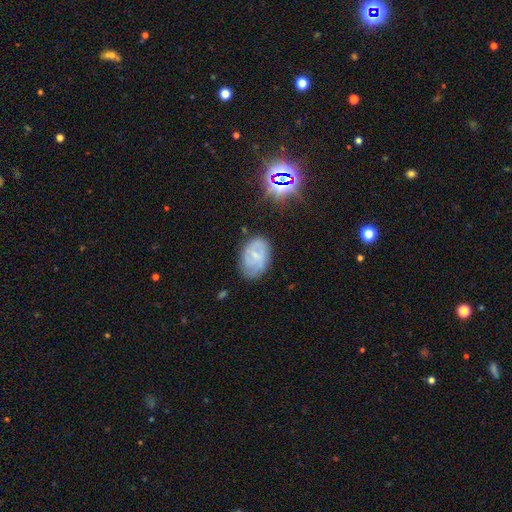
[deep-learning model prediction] smooth-or-featured: featured or disk: 55% | smooth: 35% | star or artifact: 10%
  disk-edge-on: no: 97% | yes: 3%
    bar: weak: 48% | no: 42% | strong: 10%
    has-spiral-arms: yes: 81% | no: 19%
    bulge-size: small: 60% | none: 19% | moderate: 18% | large: 1% | dominant: 1%
  merging: none: 70% | minor disturbance: 22% | major disturbance: 7% | merger: 2%